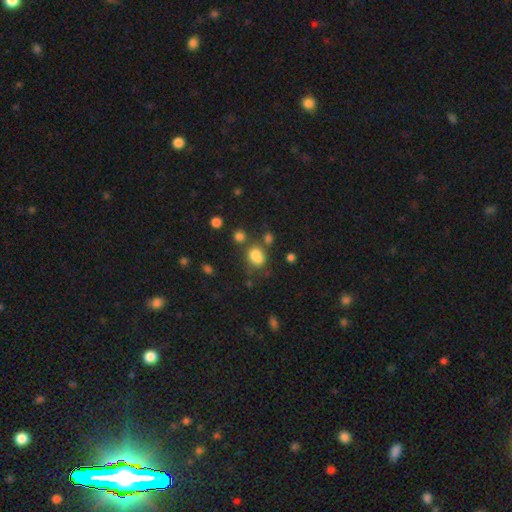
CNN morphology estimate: This is likely a smooth galaxy (80%). How rounded: possibly in between (54%). Merging: possibly none (55%).